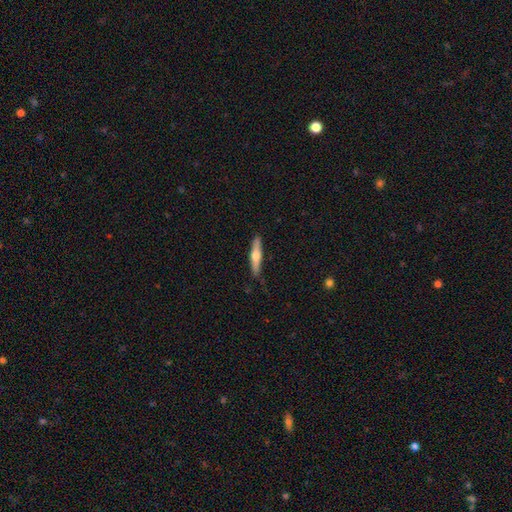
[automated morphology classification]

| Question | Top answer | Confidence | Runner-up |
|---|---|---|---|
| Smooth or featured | featured or disk | 48% | smooth (47%) |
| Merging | none | 85% | minor disturbance (11%) |